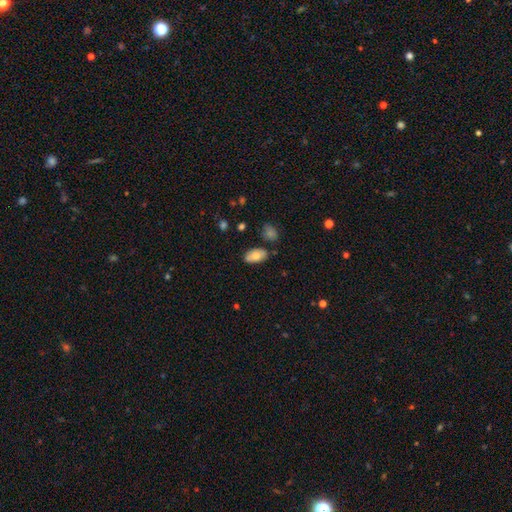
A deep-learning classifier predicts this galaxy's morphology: This appears to be a smooth galaxy with no disk features (74%) that is in between round and cigar-shaped (94%). Merging: none (75%).